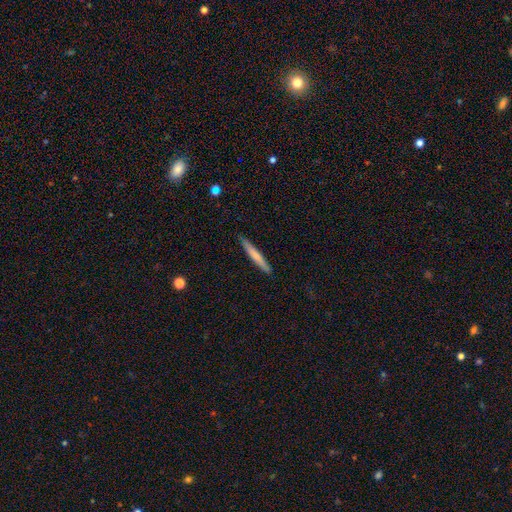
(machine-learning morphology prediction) Smooth or featured?
  - smooth: 69% *
  - featured or disk: 26%
  - star or artifact: 5%
How rounded?
  - cigar-shaped: 96% *
  - in between: 3%
  - round: 1%
Merging?
  - none: 89% *
  - minor disturbance: 8%
  - major disturbance: 1%
  - merger: 1%